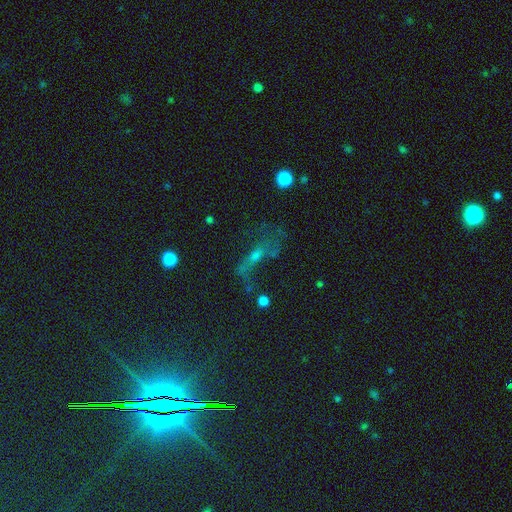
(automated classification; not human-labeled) Overall: featured or disk (40%; star or artifact 31%). Merging: none (37%; major disturbance 36%).